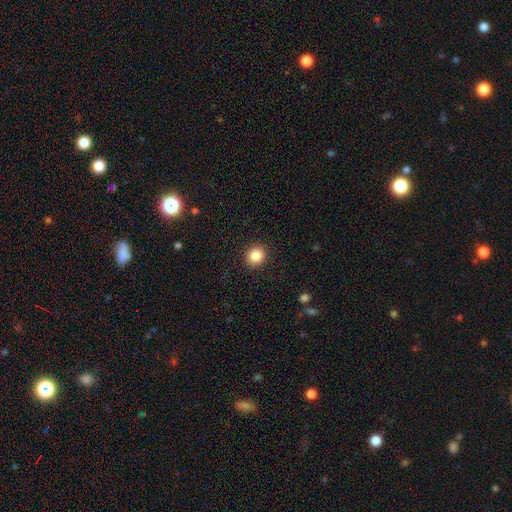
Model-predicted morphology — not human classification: Overall: smooth (86%). How rounded: round (86%). Merging: none (91%).